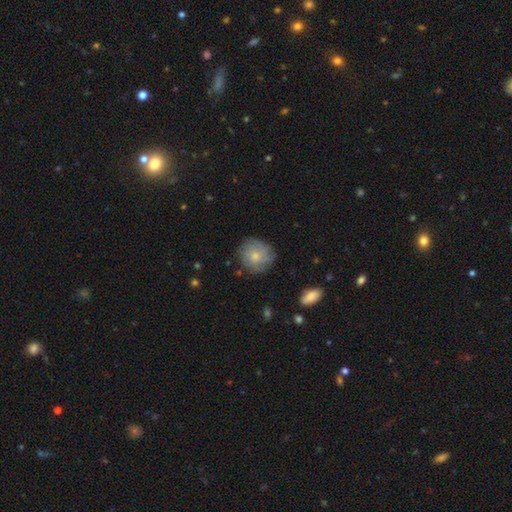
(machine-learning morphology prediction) Smooth or featured? Predicted: smooth (p=0.60). How rounded? Predicted: round (p=0.88). Merging? Predicted: none (p=0.76).